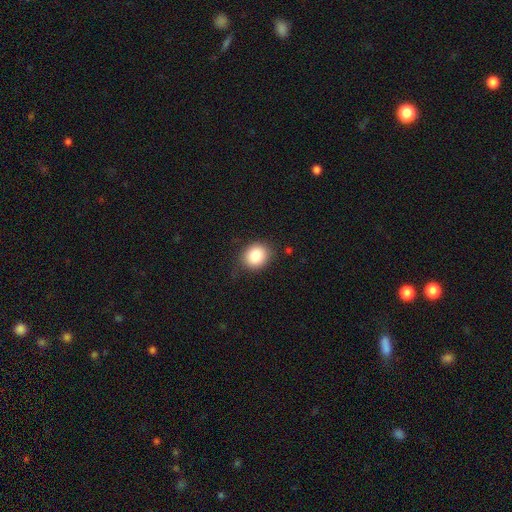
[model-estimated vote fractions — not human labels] A smooth galaxy with no disk features (84%) that is round (70%).

Vote fractions:
- Smooth or featured? smooth: 84% / star or artifact: 9% / featured or disk: 7%
- How rounded? round: 70% / in between: 29% / cigar-shaped: 1%
- Merging? none: 81% / minor disturbance: 14% / major disturbance: 3% / merger: 1%